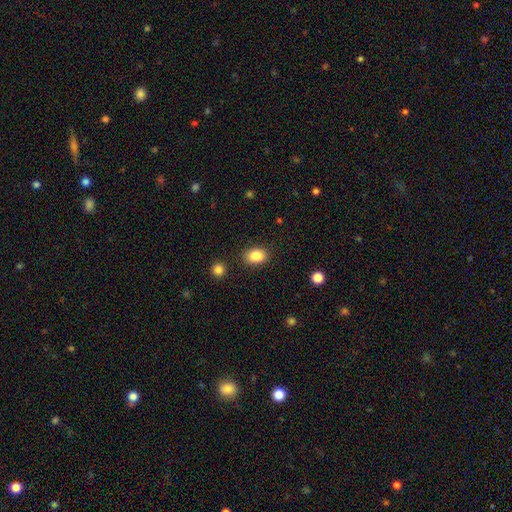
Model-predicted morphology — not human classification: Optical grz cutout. It shows a smooth galaxy with no disk features (86%) that is in between round and cigar-shaped (69%). Merging: none (87%).